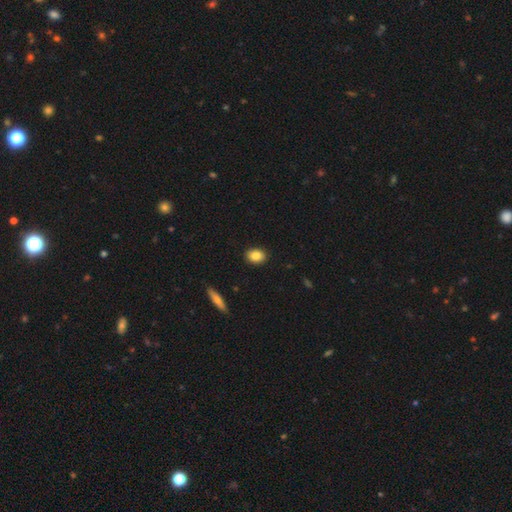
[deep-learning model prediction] Morphology: type=smooth (86%); roundness=in between (67%); merging=none (90%).